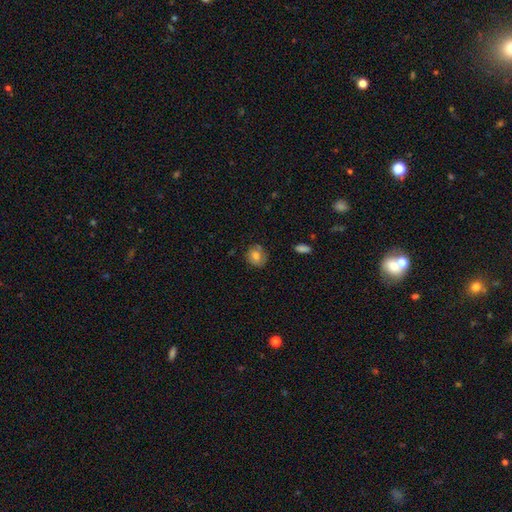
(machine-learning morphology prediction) type=smooth (78%); roundness=round (78%); merging=none (72%).